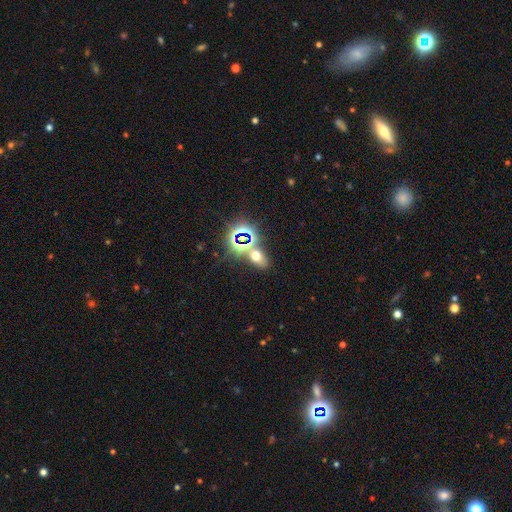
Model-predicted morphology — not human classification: Smooth or featured? Predicted: smooth (p=0.49). Merging? Predicted: none (p=0.64).